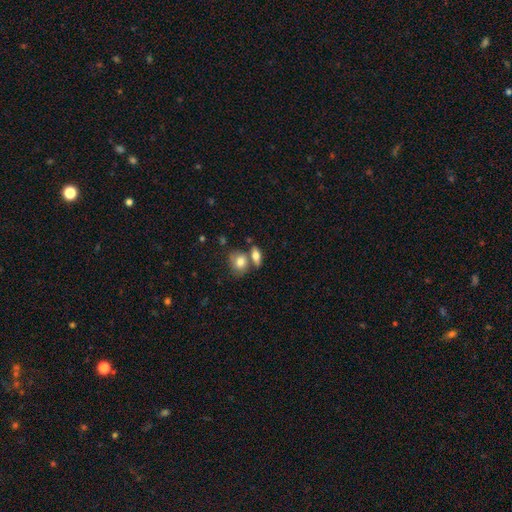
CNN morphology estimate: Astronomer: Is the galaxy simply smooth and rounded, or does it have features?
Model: smooth — 70%.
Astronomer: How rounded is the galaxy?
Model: in between — 71%.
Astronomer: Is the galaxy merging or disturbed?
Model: none — 55%.